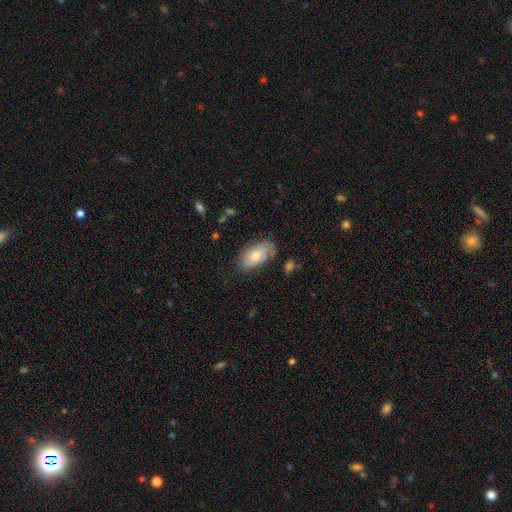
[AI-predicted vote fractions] Smooth or featured? Predicted: smooth (p=0.71). How rounded? Predicted: in between (p=0.94). Merging? Predicted: none (p=0.67).